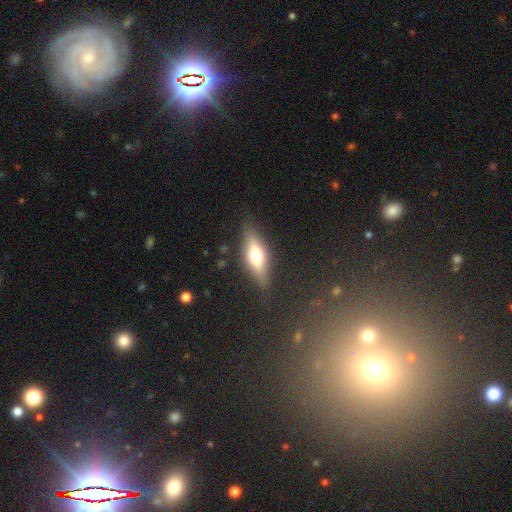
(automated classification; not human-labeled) Overall: smooth (55%; featured or disk 37%). How rounded: in between (61%; cigar-shaped 36%). Merging: none (81%).